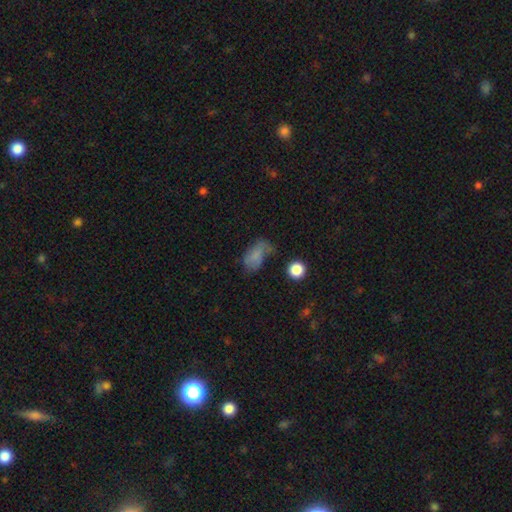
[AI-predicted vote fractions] A smooth galaxy with no disk features (66%) that is in between round and cigar-shaped (85%). Merging: none (36%).